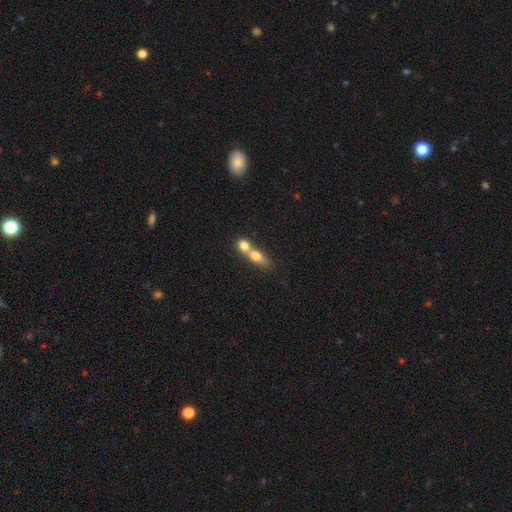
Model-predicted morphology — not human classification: Overall: smooth (71%). How rounded: in between (52%; round 34%). Merging: merger (74%).